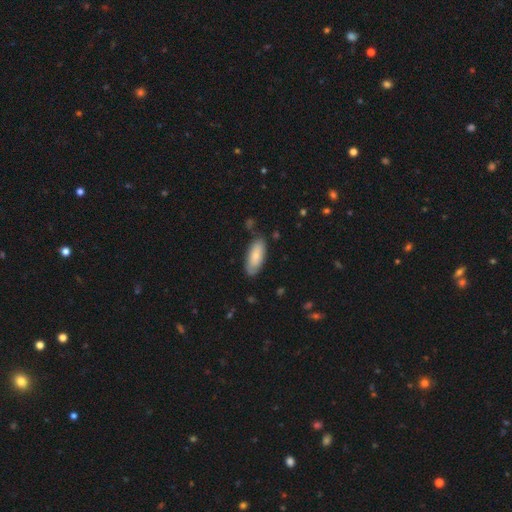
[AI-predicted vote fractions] Smooth or featured: smooth — 79% (featured or disk — 15%)
How rounded: in between — 79% (cigar-shaped — 20%)
Merging: none — 78% (minor disturbance — 17%)